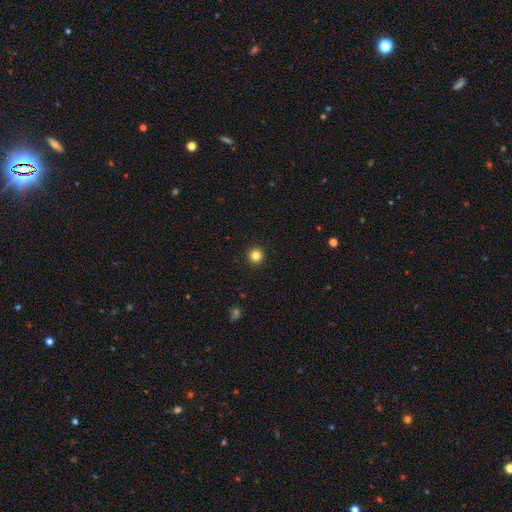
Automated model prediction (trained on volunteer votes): Smooth or featured? Predicted: smooth (p=0.83). How rounded? Predicted: round (p=0.96). Merging? Predicted: none (p=0.94).